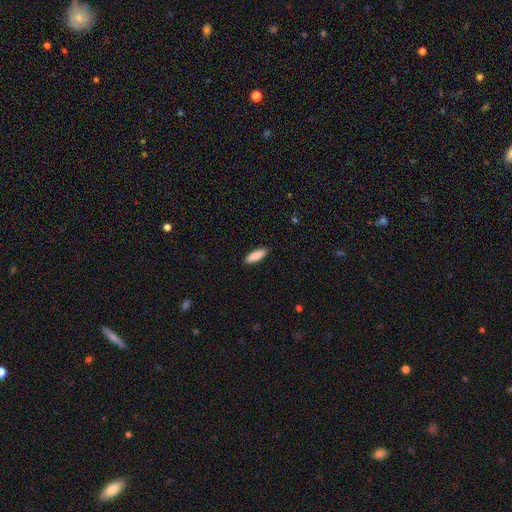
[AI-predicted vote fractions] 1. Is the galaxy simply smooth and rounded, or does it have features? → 87% smooth, 7% featured or disk, 6% star or artifact.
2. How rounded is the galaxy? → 50% in between, 49% cigar-shaped, 2% round.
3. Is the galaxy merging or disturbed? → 89% none, 8% minor disturbance, 2% major disturbance, 1% merger.